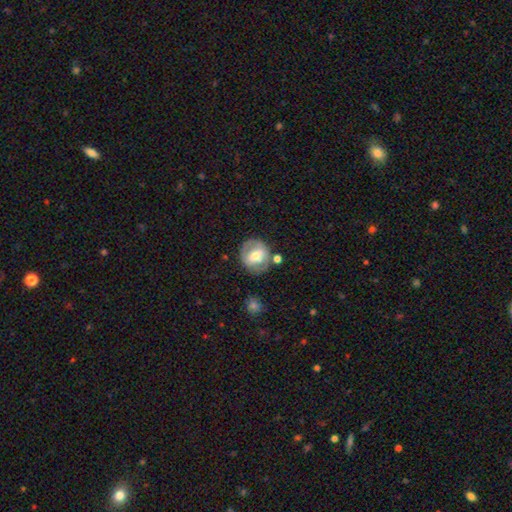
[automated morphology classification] featured or disk 51%, smooth 42%, star or artifact 7%. Down the decision tree: edge-on disk — no (95%); merging — none (67%).